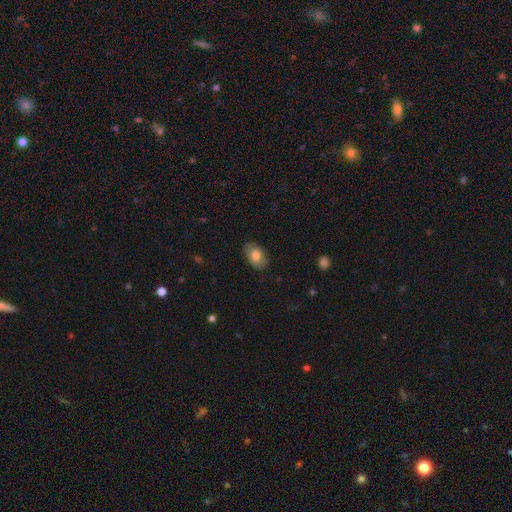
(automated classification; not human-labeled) smooth_or_featured: smooth (p=0.78) [alt: featured or disk p=0.15]
how_rounded: in between (p=0.89) [alt: round p=0.10]
merging: none (p=0.84) [alt: minor disturbance p=0.12]